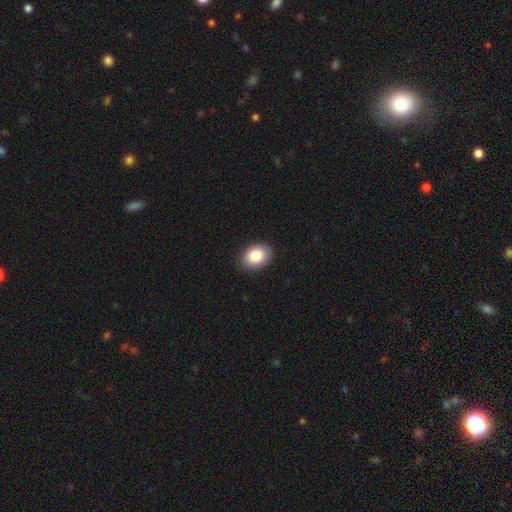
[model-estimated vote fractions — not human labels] smooth_or_featured: smooth (p=0.86) [alt: star or artifact p=0.07]
how_rounded: in between (p=0.77) [alt: round p=0.22]
merging: none (p=0.88) [alt: minor disturbance p=0.09]